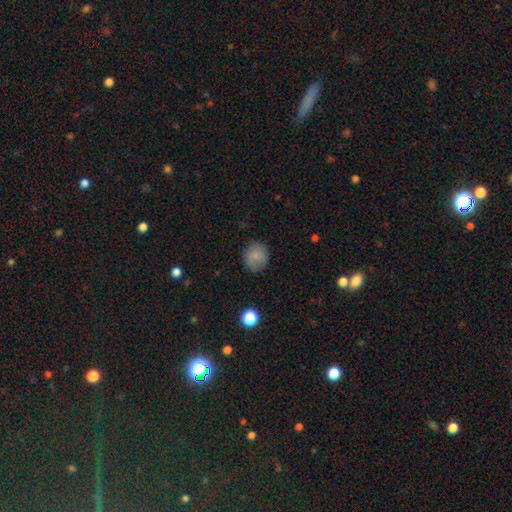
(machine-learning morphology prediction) Overall: smooth (80%). How rounded: round (83%). Merging: none (80%).